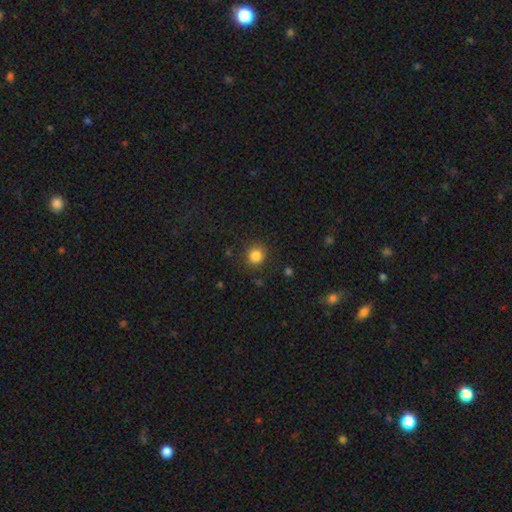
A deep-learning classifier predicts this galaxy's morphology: Smooth or featured?
  - smooth: 85% *
  - star or artifact: 11%
  - featured or disk: 4%
How rounded?
  - round: 87% *
  - in between: 12%
  - cigar-shaped: 1%
Merging?
  - none: 86% *
  - minor disturbance: 9%
  - major disturbance: 3%
  - merger: 2%